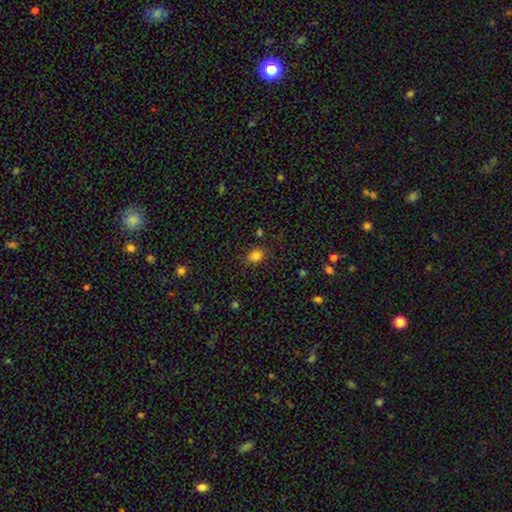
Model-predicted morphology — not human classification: Q: Smooth or featured?
A: smooth (82%); runner-up: star or artifact (13%)
Q: How rounded?
A: in between (53%); runner-up: round (46%)
Q: Merging?
A: none (82%); runner-up: minor disturbance (13%)